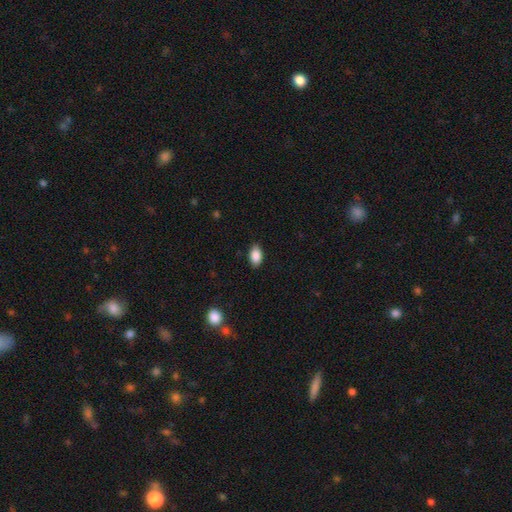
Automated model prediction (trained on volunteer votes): Q: Smooth or featured?
A: smooth (89%); runner-up: star or artifact (7%)
Q: How rounded?
A: in between (91%); runner-up: round (7%)
Q: Merging?
A: none (84%); runner-up: minor disturbance (13%)